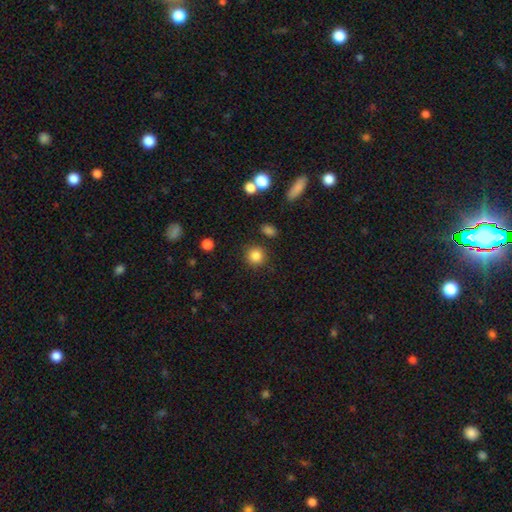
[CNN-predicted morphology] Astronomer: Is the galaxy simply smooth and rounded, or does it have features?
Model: smooth — 84%.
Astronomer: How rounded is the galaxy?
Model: round — 92%.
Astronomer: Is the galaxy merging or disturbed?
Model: none — 88%.